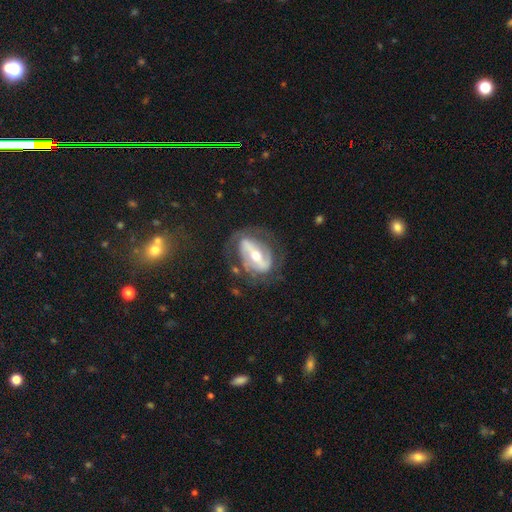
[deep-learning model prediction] A featured or disk galaxy (82%) with a strong bar (65%), 2 (76%) medium (41%) spiral arms (78%) and a moderate central bulge (62%).

Vote fractions:
- Smooth or featured? featured or disk: 82% / smooth: 13% / star or artifact: 6%
- Edge-on disk? no: 93% / yes: 7%
- Bar? strong: 65% / weak: 22% / no: 13%
- Spiral arms? yes: 78% / no: 22%
- Spiral winding? medium: 41% / tight: 36% / loose: 23%
- Spiral arm count? 2: 76% / can't tell: 13% / 1: 5% / 3: 3% / 4: 1% / more than 4: 1%
- Bulge size? moderate: 62% / small: 32% / large: 4% / dominant: 1% / none: 1%
- Merging? none: 63% / minor disturbance: 18% / major disturbance: 16% / merger: 2%